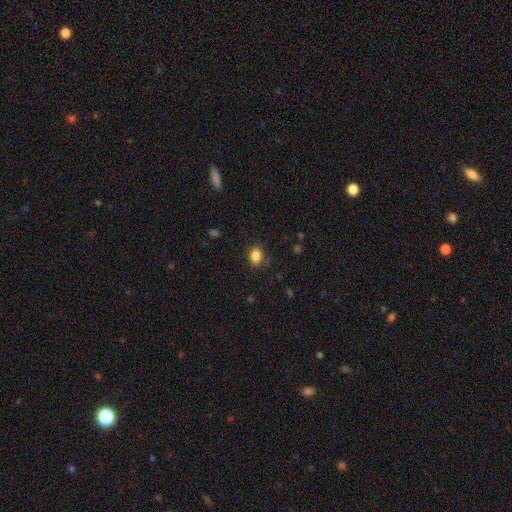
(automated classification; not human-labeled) A smooth galaxy with no disk features (85%) that is in between round and cigar-shaped (73%).

Vote fractions:
- Smooth or featured? smooth: 85% / star or artifact: 10% / featured or disk: 5%
- How rounded? in between: 73% / round: 26% / cigar-shaped: 1%
- Merging? none: 81% / minor disturbance: 14% / major disturbance: 4% / merger: 1%